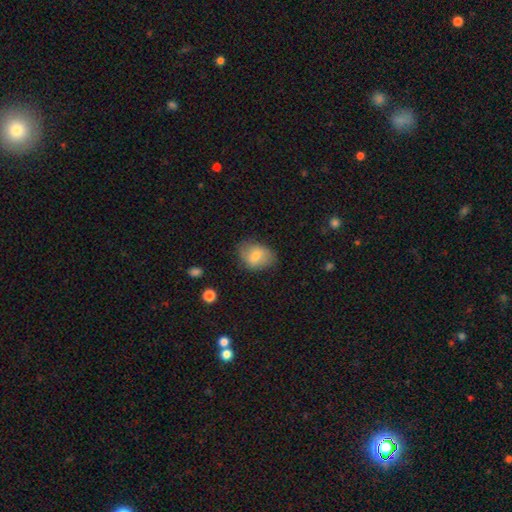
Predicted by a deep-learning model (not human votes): Q: Smooth or featured?
A: smooth (72%); runner-up: featured or disk (21%)
Q: How rounded?
A: in between (67%); runner-up: round (31%)
Q: Merging?
A: none (69%); runner-up: minor disturbance (23%)